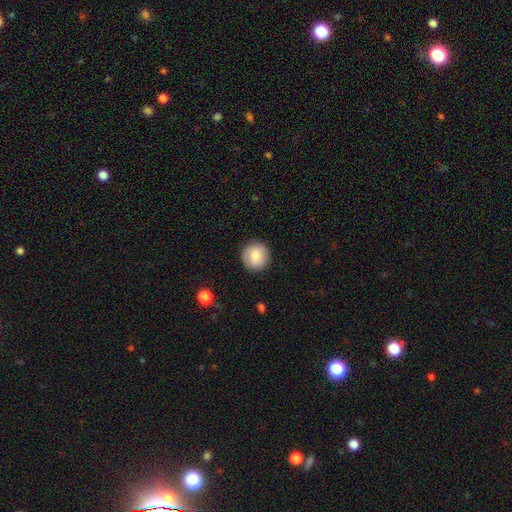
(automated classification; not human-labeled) The model was most divided on "smooth or featured": smooth: 79%, featured or disk: 14%, star or artifact: 7%. More confident: how rounded — round (94%); merging — none (90%).